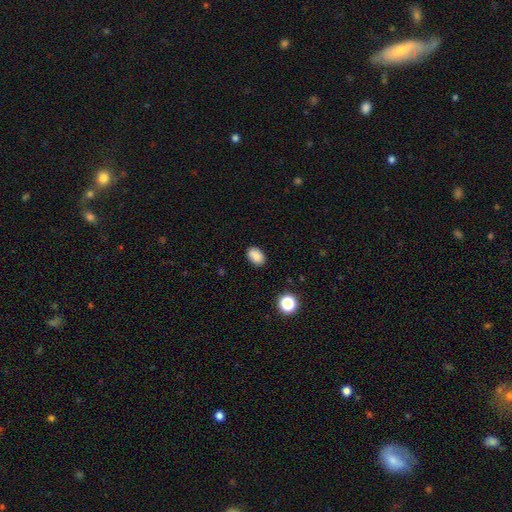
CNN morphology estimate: Overall: smooth (87%). How rounded: in between (82%). Merging: none (87%).